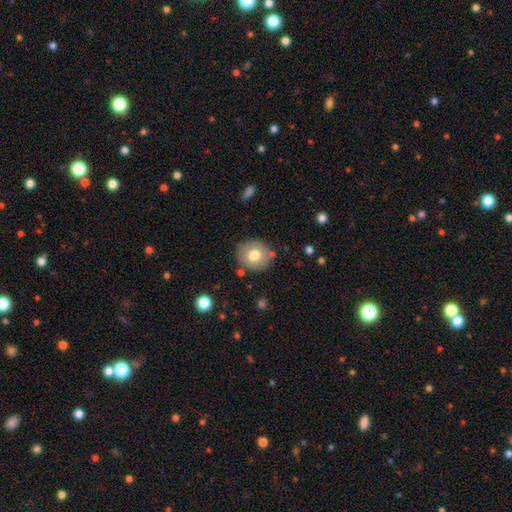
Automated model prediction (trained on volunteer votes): The model was most divided on "smooth or featured": smooth: 51%, featured or disk: 25%, star or artifact: 24%. More confident: merging — none (82%); how rounded — round (80%).